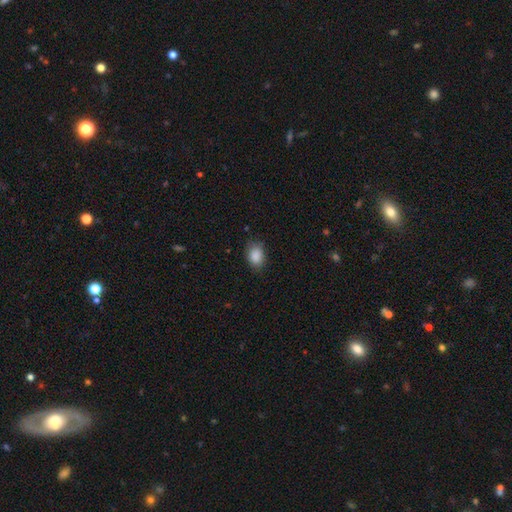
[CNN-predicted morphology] Smooth or featured? Predicted: smooth (p=0.89). How rounded? Predicted: in between (p=0.79). Merging? Predicted: none (p=0.77).